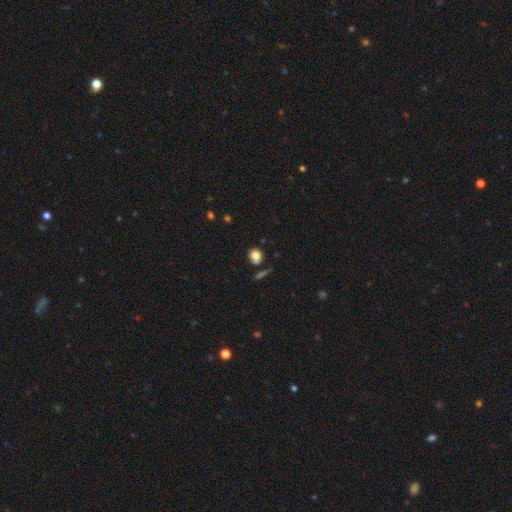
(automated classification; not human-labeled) smooth 81%, star or artifact 11%, featured or disk 8%. Down the decision tree: how rounded — round (77%); merging — none (73%).